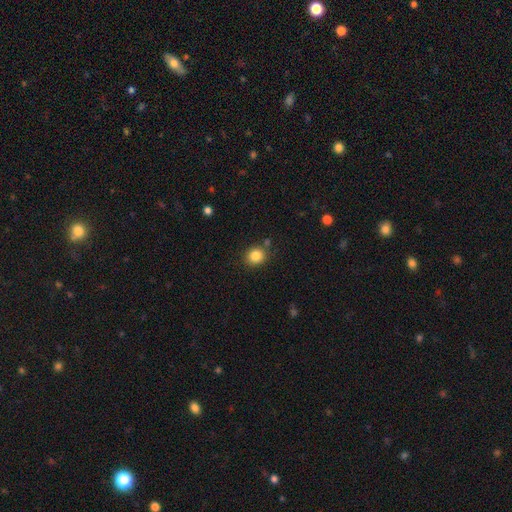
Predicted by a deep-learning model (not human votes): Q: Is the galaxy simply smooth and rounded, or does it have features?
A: smooth — 84%.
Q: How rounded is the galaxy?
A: round — 79%.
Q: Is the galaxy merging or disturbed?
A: none — 81%.